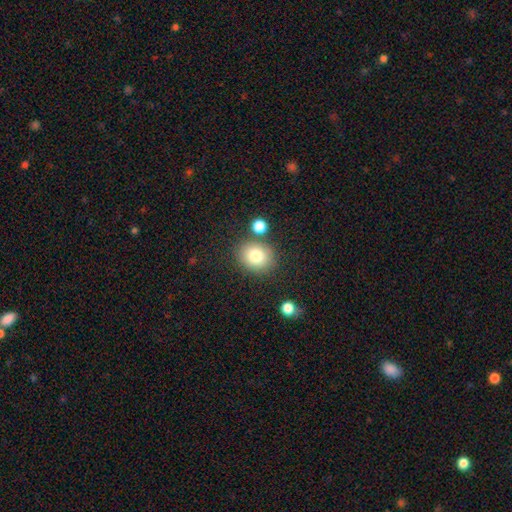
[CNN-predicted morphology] Smooth or featured? Predicted: smooth (p=0.81). How rounded? Predicted: round (p=0.68). Merging? Predicted: none (p=0.76).